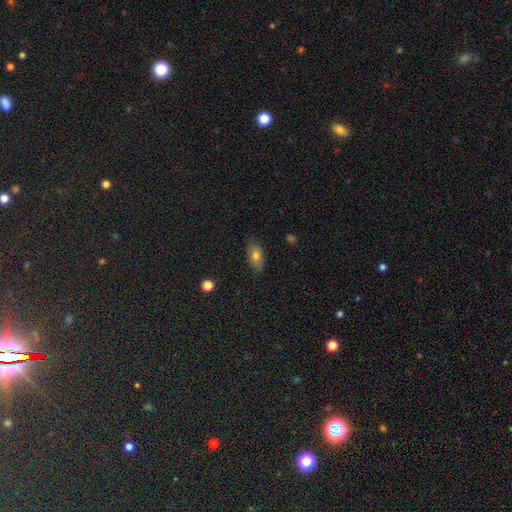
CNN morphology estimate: Smooth or featured? Predicted: smooth (p=0.73). How rounded? Predicted: in between (p=0.87). Merging? Predicted: none (p=0.79).